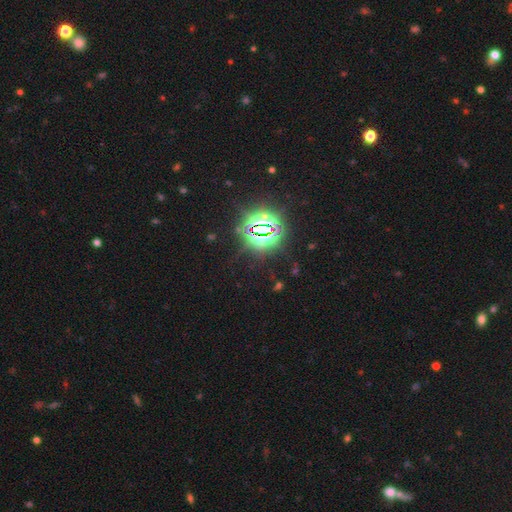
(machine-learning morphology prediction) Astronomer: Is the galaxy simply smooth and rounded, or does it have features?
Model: star or artifact — 84%.